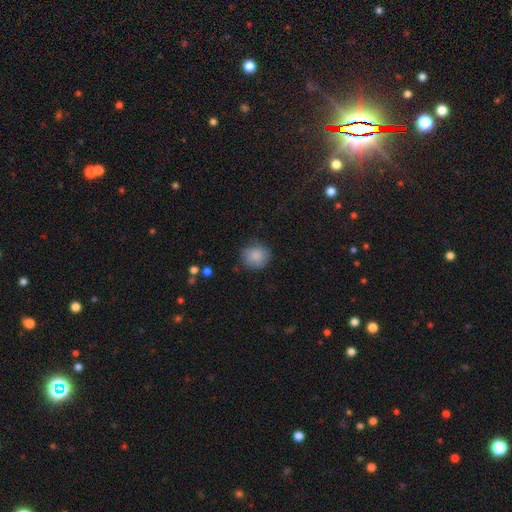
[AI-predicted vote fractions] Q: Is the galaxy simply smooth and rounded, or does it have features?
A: smooth — 85%.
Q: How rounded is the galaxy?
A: round — 82%.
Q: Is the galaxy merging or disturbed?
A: none — 75%.